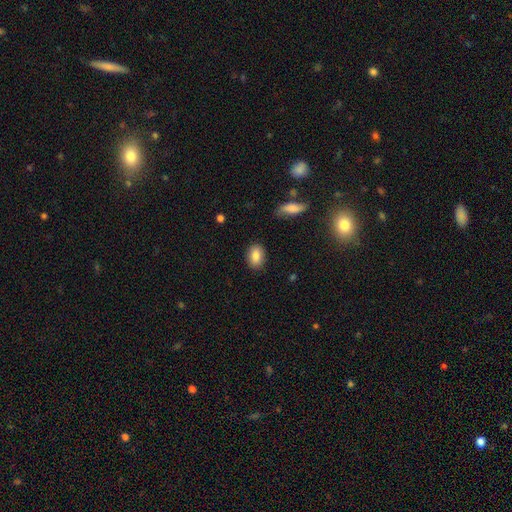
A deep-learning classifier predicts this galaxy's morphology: A smooth galaxy with no disk features (84%) that is in between round and cigar-shaped (82%).

Vote fractions:
- Smooth or featured? smooth: 84% / featured or disk: 9% / star or artifact: 8%
- How rounded? in between: 82% / round: 16% / cigar-shaped: 2%
- Merging? none: 87% / minor disturbance: 9% / major disturbance: 2% / merger: 1%